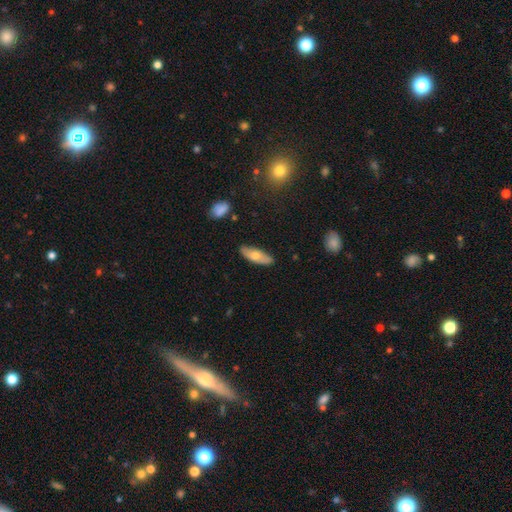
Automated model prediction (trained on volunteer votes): A smooth galaxy with no disk features (64%) that is in between round and cigar-shaped (63%). Merging: none (83%).